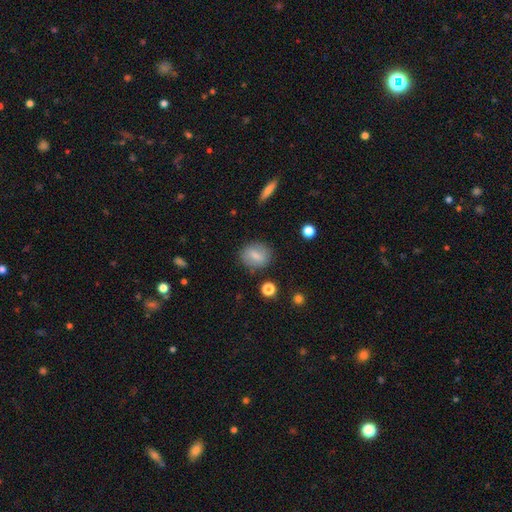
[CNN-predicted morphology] This appears to be a smooth galaxy with no disk features (72%) that is in between round and cigar-shaped (54%). Merging: none (82%).